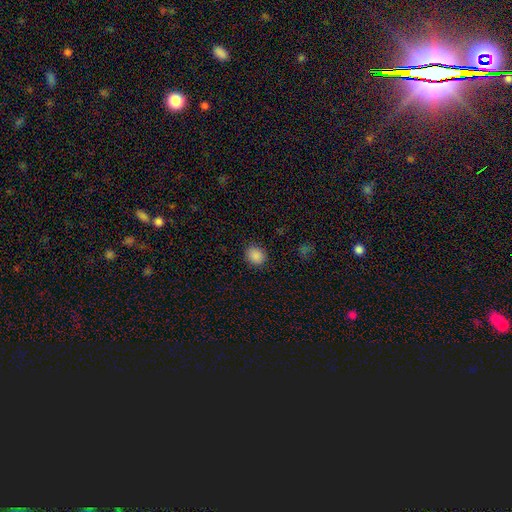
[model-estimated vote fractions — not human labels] A smooth galaxy with no disk features (88%) that is round (72%).

Vote fractions:
- Smooth or featured? smooth: 88% / star or artifact: 10% / featured or disk: 3%
- How rounded? round: 72% / in between: 28% / cigar-shaped: 1%
- Merging? none: 89% / minor disturbance: 8% / major disturbance: 2% / merger: 1%